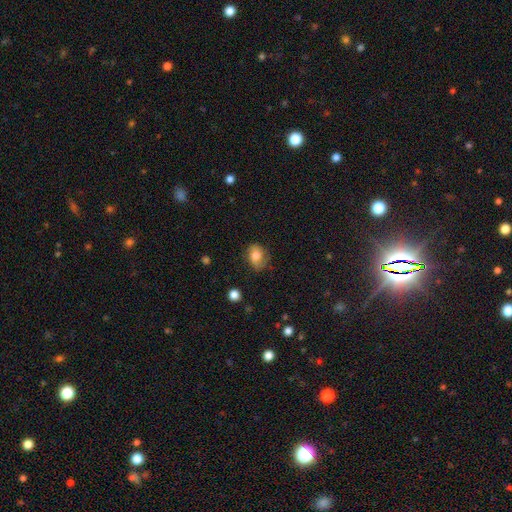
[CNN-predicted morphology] A smooth galaxy with no disk features (74%) that is in between round and cigar-shaped (65%).

Vote fractions:
- Smooth or featured? smooth: 74% / featured or disk: 17% / star or artifact: 9%
- How rounded? in between: 65% / round: 34% / cigar-shaped: 1%
- Merging? none: 67% / minor disturbance: 25% / major disturbance: 7% / merger: 2%